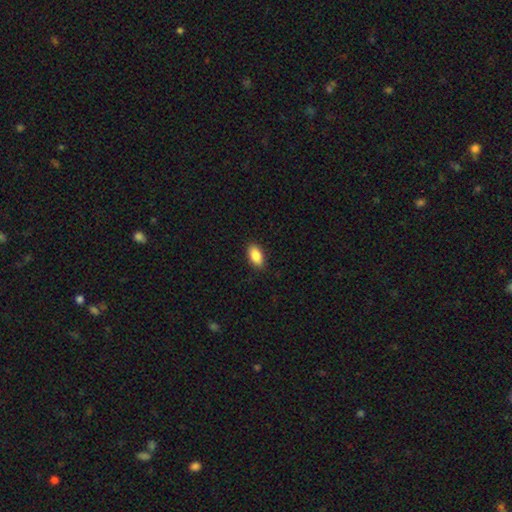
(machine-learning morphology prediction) smooth-or-featured: smooth: 87% | star or artifact: 7% | featured or disk: 6%
  how-rounded: in between: 92% | round: 4% | cigar-shaped: 4%
  merging: none: 88% | minor disturbance: 9% | major disturbance: 2% | merger: 1%